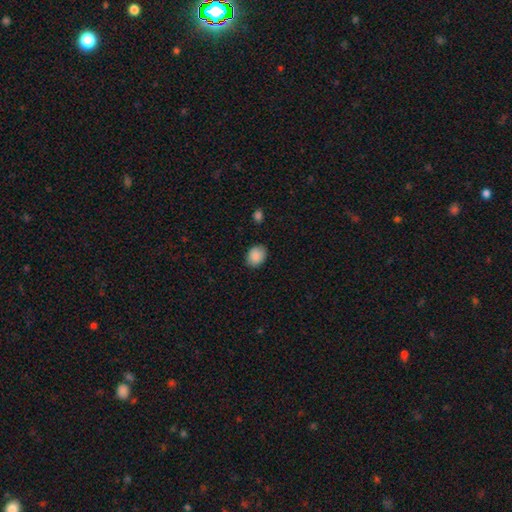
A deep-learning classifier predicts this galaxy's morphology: Overall: smooth (89%). How rounded: in between (53%; round 46%). Merging: none (84%).